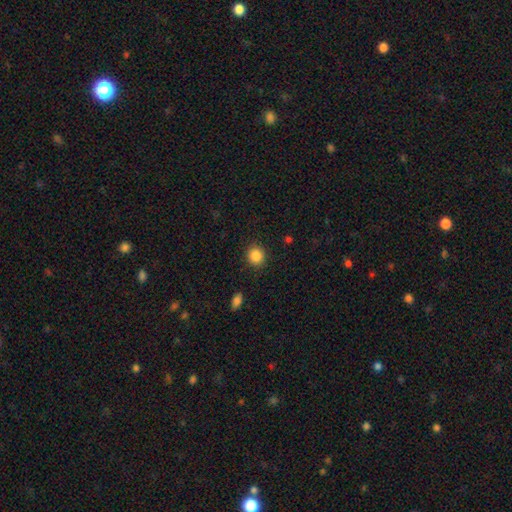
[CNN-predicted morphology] Smooth or featured? smooth (87%)
How rounded? round (84%)
Merging? none (90%)